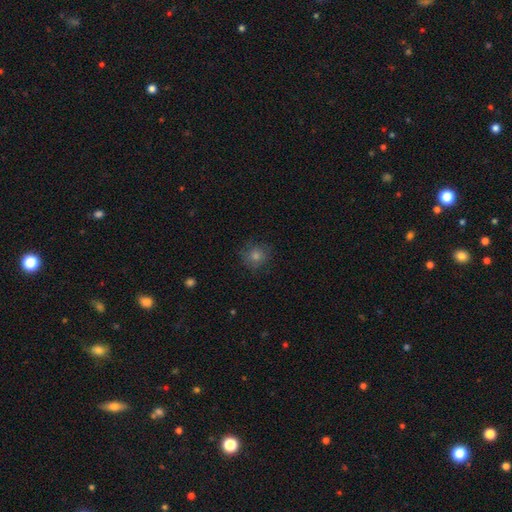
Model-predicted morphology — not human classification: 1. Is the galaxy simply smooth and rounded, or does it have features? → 65% smooth, 21% star or artifact, 14% featured or disk.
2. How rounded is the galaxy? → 90% round, 9% in between, 1% cigar-shaped.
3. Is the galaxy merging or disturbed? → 82% none, 12% minor disturbance, 4% major disturbance, 1% merger.